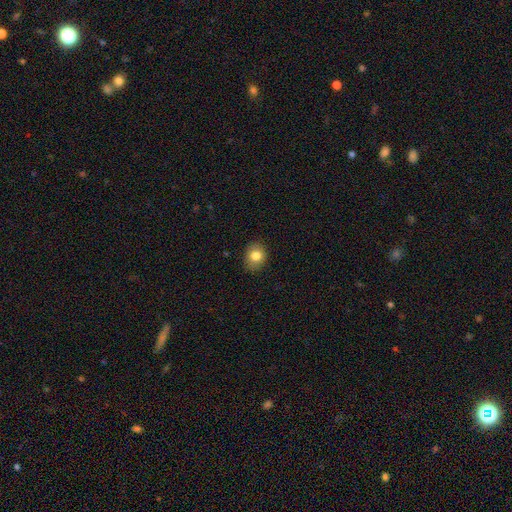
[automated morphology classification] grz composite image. It shows a smooth galaxy with no disk features (81%) that is round (50%). Merging: none (87%).